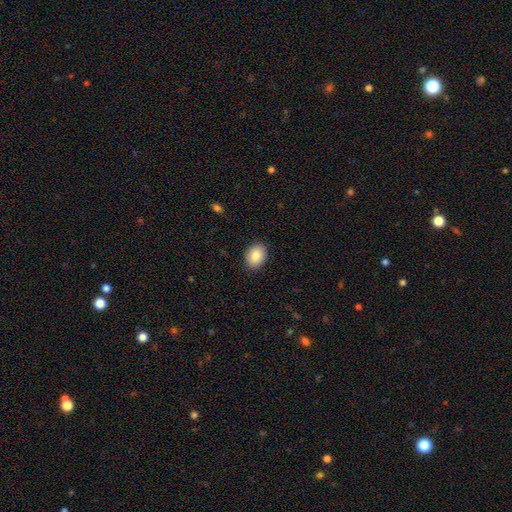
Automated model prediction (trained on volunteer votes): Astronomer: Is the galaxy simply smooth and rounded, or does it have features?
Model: smooth — 86%.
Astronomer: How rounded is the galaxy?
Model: in between — 67%.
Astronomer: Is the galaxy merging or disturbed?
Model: none — 89%.